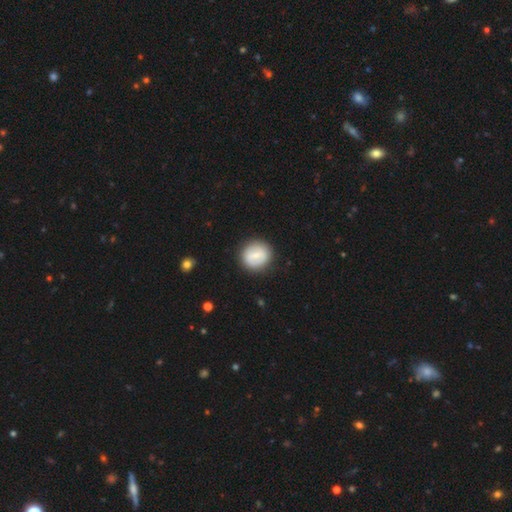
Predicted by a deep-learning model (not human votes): Smooth or featured?
  - smooth: 63% *
  - featured or disk: 30%
  - star or artifact: 6%
How rounded?
  - round: 87% *
  - in between: 12%
  - cigar-shaped: 1%
Merging?
  - none: 88% *
  - minor disturbance: 8%
  - major disturbance: 3%
  - merger: 1%